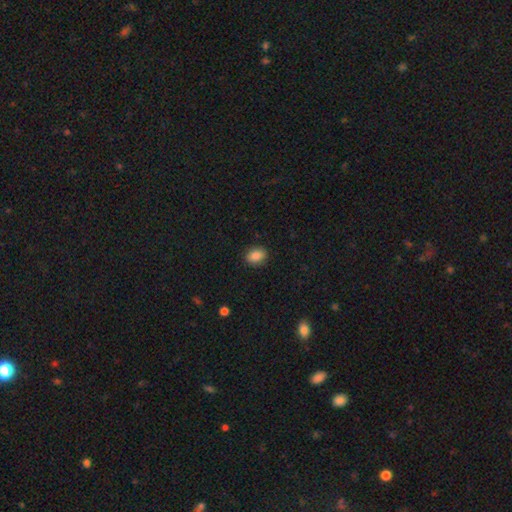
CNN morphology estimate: type=smooth (87%); roundness=in between (65%); merging=none (89%).